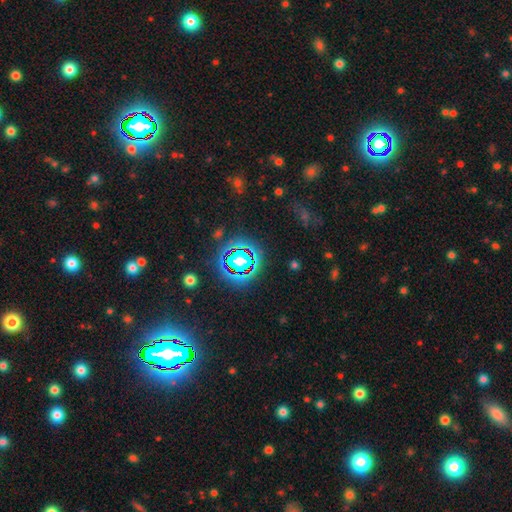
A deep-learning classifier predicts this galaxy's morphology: Q: Smooth or featured?
A: star or artifact (77%); runner-up: smooth (13%)